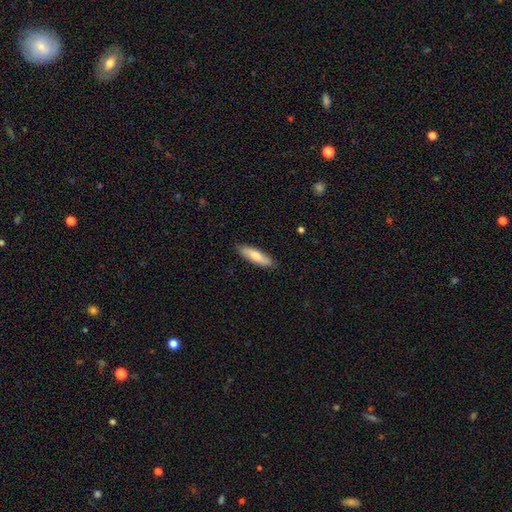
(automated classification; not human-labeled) smooth-or-featured: smooth: 75% | featured or disk: 20% | star or artifact: 5%
  how-rounded: cigar-shaped: 63% | in between: 35% | round: 2%
  merging: none: 88% | minor disturbance: 9% | major disturbance: 2% | merger: 1%